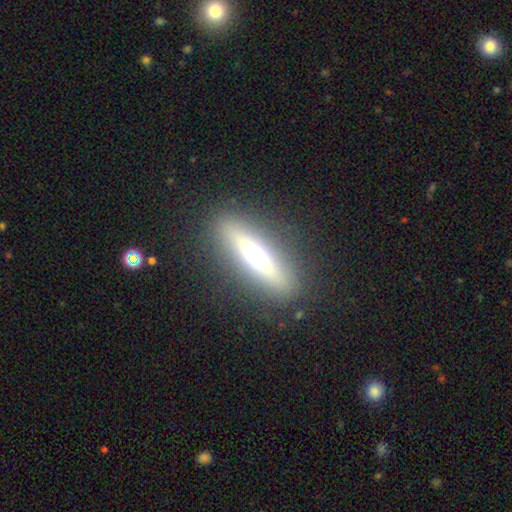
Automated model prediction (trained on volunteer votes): Morphology: type=featured or disk (52%); edge-on=yes (85%); merging=none (87%).